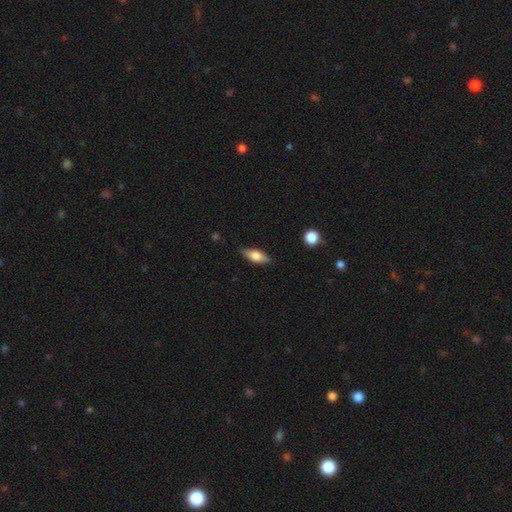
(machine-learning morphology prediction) Smooth or featured? Predicted: smooth (p=0.68). How rounded? Predicted: in between (p=0.73). Merging? Predicted: none (p=0.84).